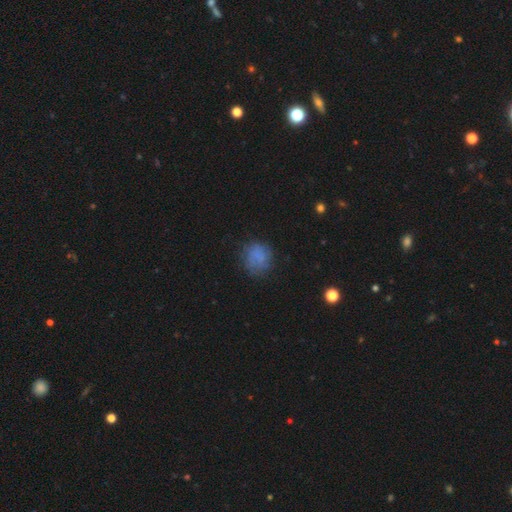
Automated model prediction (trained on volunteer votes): This appears to be a smooth galaxy with no disk features (73%) that is round (79%). Merging: none (73%).